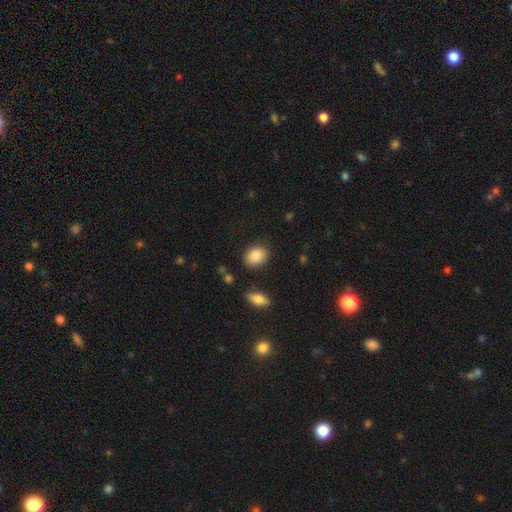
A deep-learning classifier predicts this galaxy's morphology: smooth 87%, star or artifact 7%, featured or disk 5%. Down the decision tree: how rounded — in between (66%); merging — none (83%).